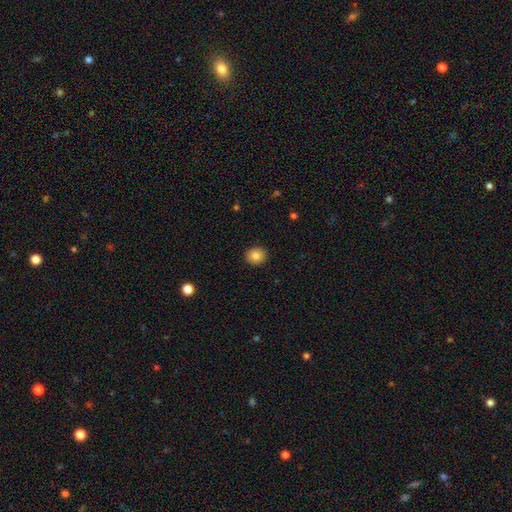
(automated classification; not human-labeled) Smooth or featured? Predicted: smooth (p=0.84). How rounded? Predicted: round (p=0.76). Merging? Predicted: none (p=0.91).